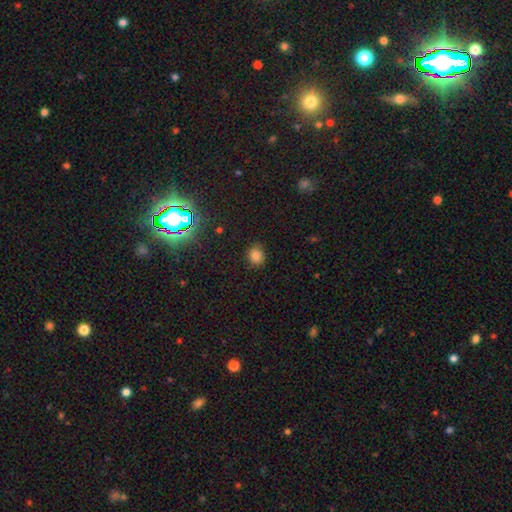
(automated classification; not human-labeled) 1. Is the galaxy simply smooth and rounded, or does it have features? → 80% smooth, 15% star or artifact, 5% featured or disk.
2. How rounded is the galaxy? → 77% round, 21% in between, 1% cigar-shaped.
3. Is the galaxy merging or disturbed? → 86% none, 10% minor disturbance, 3% major disturbance, 1% merger.